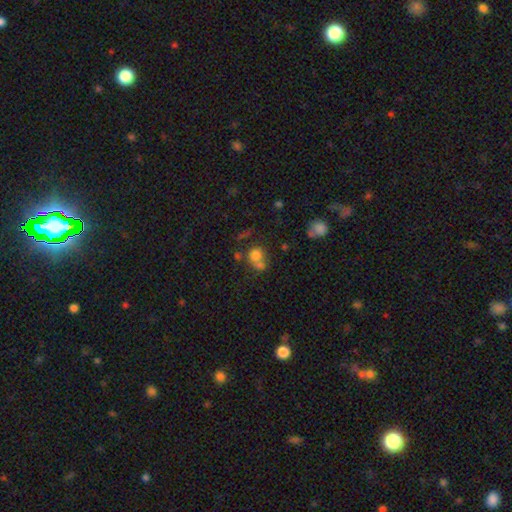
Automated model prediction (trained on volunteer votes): This appears to be a smooth galaxy with no disk features (72%) that is round (80%). Merging: merger (42%).